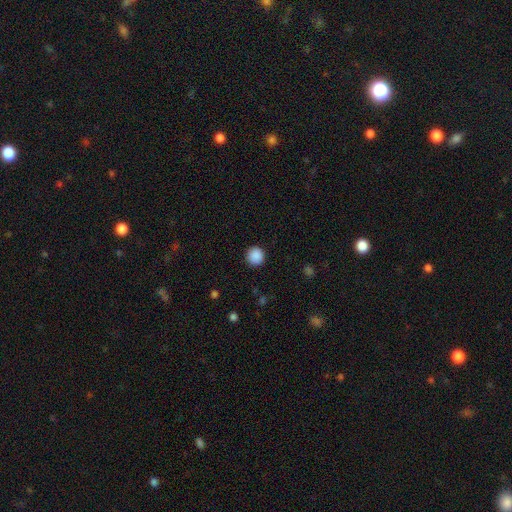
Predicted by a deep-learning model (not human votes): Smooth or featured? smooth (89%)
How rounded? round (95%)
Merging? none (92%)